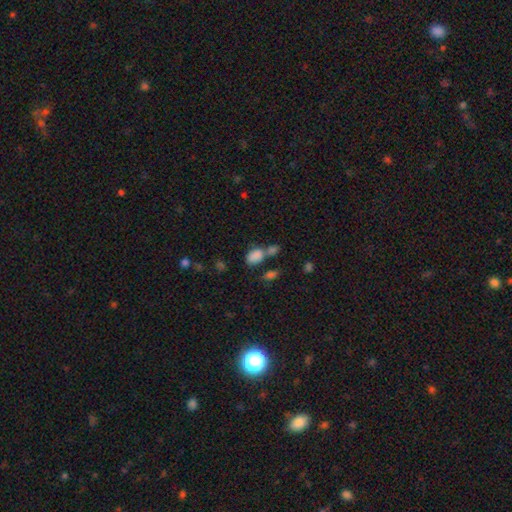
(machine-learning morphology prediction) Smooth or featured: smooth — 82% (star or artifact — 11%)
How rounded: in between — 85% (round — 13%)
Merging: merger — 44% (none — 37%)